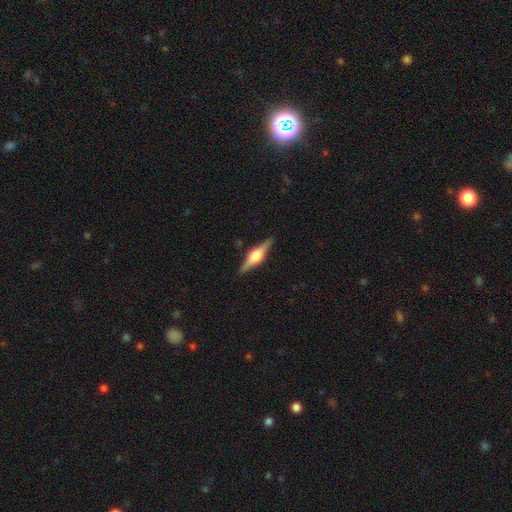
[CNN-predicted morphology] Overall: featured or disk (76%). Edge-on disk: yes (97%). Edge-on bulge: rounded (90%). Merging: none (89%).